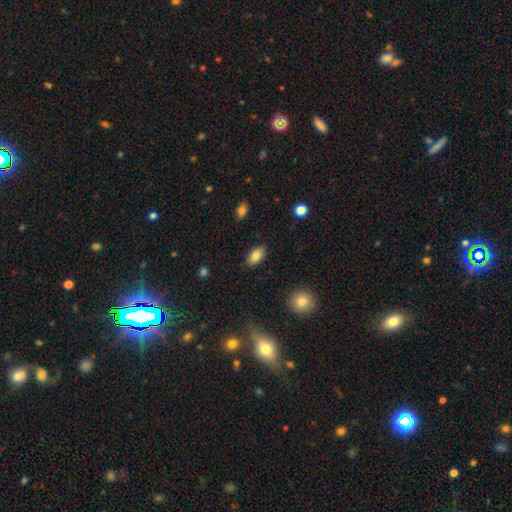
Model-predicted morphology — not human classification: This appears to be a smooth galaxy with no disk features (83%) that is in between round and cigar-shaped (93%). Merging: none (86%).